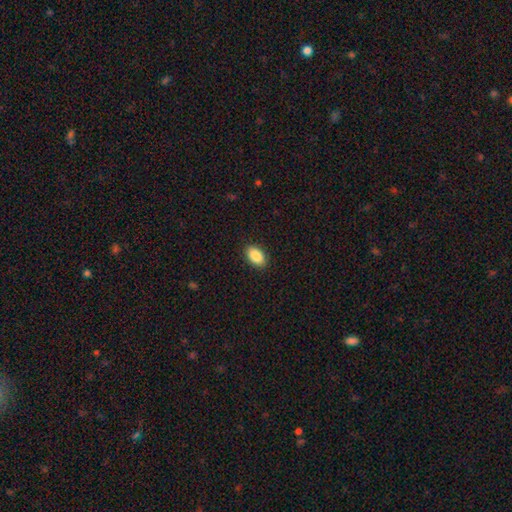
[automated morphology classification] Overall: smooth (90%). How rounded: in between (93%). Merging: none (90%).